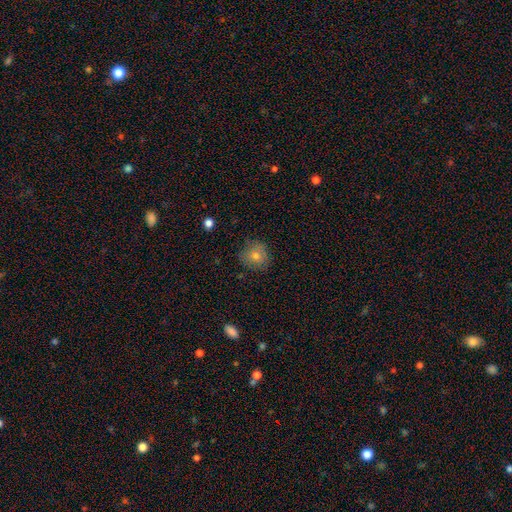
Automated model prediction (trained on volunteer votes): Q: Smooth or featured?
A: smooth (70%); runner-up: featured or disk (17%)
Q: How rounded?
A: round (90%); runner-up: in between (9%)
Q: Merging?
A: none (82%); runner-up: minor disturbance (14%)